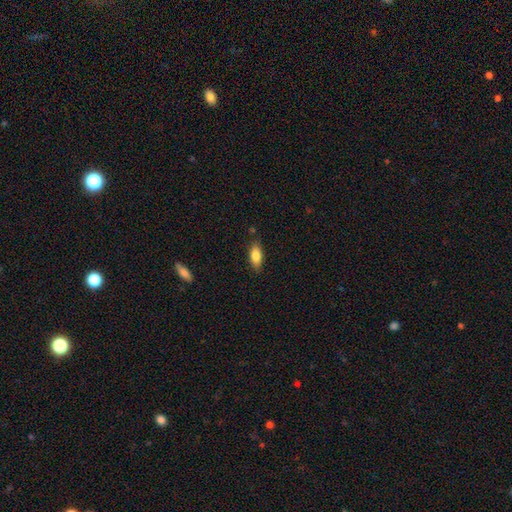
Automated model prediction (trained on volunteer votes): smooth-or-featured: smooth: 81% | featured or disk: 12% | star or artifact: 7%
  how-rounded: in between: 81% | cigar-shaped: 16% | round: 3%
  merging: none: 82% | minor disturbance: 13% | major disturbance: 3% | merger: 2%